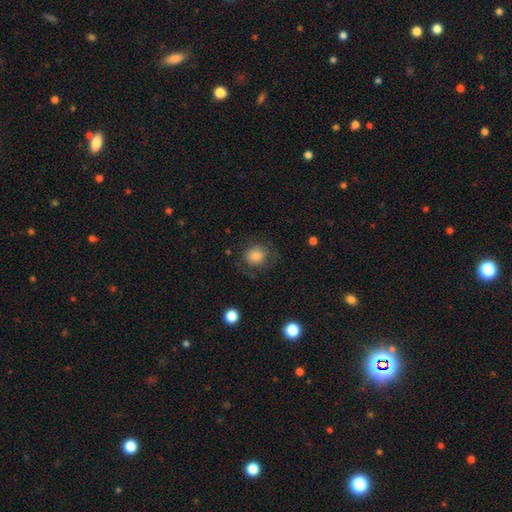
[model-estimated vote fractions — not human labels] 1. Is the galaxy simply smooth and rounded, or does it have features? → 77% smooth, 14% featured or disk, 9% star or artifact.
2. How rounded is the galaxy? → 76% round, 23% in between, 1% cigar-shaped.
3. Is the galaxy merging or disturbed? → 68% none, 18% minor disturbance, 12% major disturbance, 1% merger.